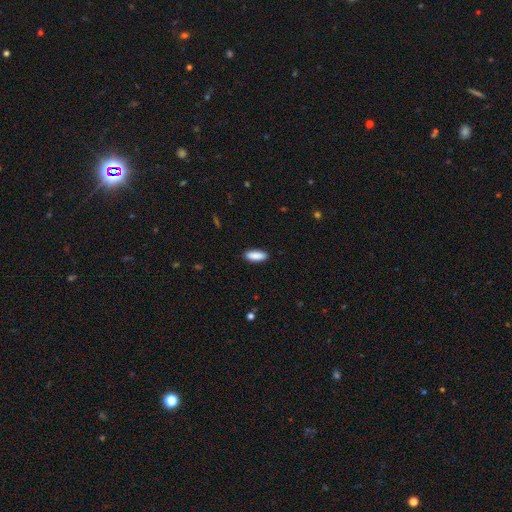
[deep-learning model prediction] Smooth or featured? Predicted: smooth (p=0.90). How rounded? Predicted: in between (p=0.71). Merging? Predicted: none (p=0.89).